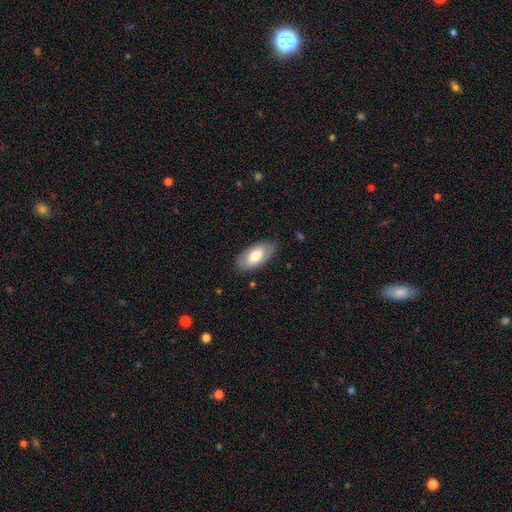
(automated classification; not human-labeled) A smooth galaxy with no disk features (64%) that is in between round and cigar-shaped (94%). Merging: none (81%).